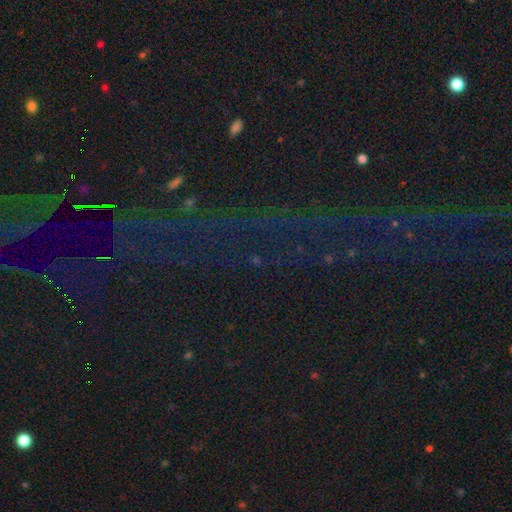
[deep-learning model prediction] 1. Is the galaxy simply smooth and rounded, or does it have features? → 78% star or artifact, 12% smooth, 10% featured or disk.